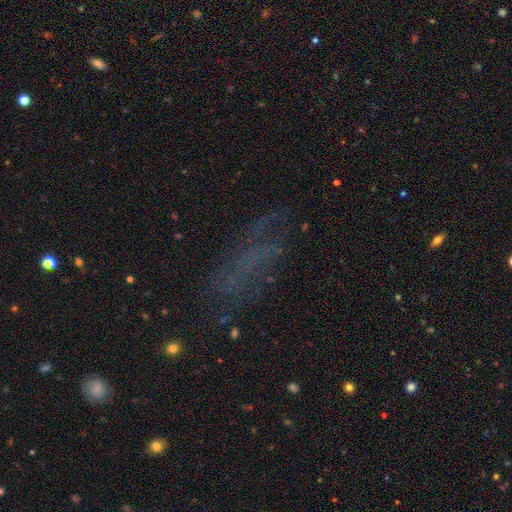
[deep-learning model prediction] smooth-or-featured: smooth: 38% | featured or disk: 33% | star or artifact: 29%
  merging: none: 58% | minor disturbance: 20% | major disturbance: 19% | merger: 3%